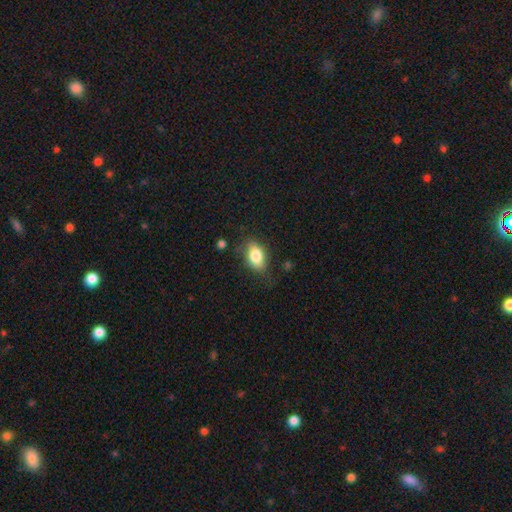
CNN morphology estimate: smooth 80%, featured or disk 12%, star or artifact 8%. Down the decision tree: how rounded — in between (87%); merging — none (71%).